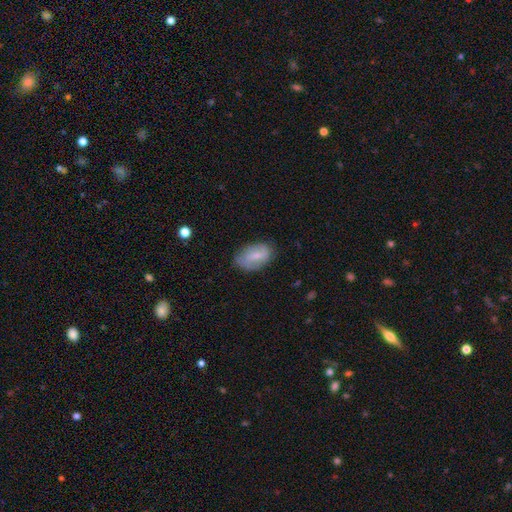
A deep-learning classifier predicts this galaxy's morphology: This appears to be a smooth galaxy with no disk features (58%) that is in between round and cigar-shaped (90%). Merging: none (70%).